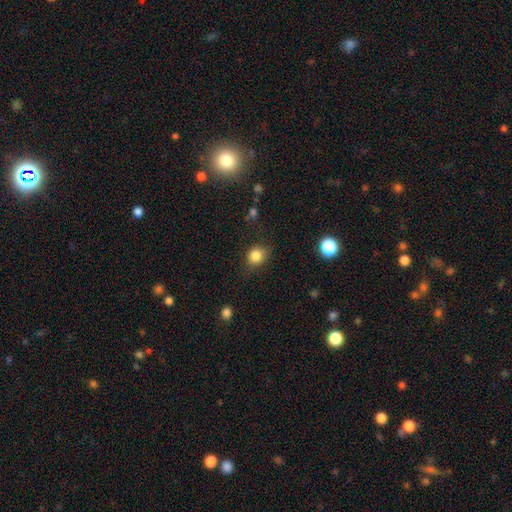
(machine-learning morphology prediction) smooth_or_featured: smooth (p=0.83) [alt: star or artifact p=0.11]
how_rounded: round (p=0.67) [alt: in between p=0.32]
merging: none (p=0.75) [alt: minor disturbance p=0.18]